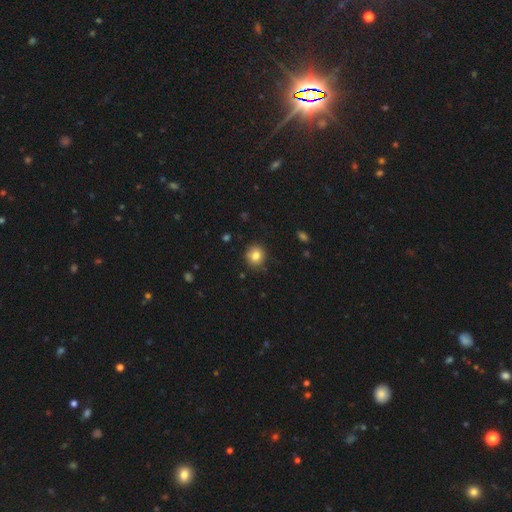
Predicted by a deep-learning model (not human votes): smooth 82%, star or artifact 11%, featured or disk 8%. Down the decision tree: how rounded — round (85%); merging — none (84%).